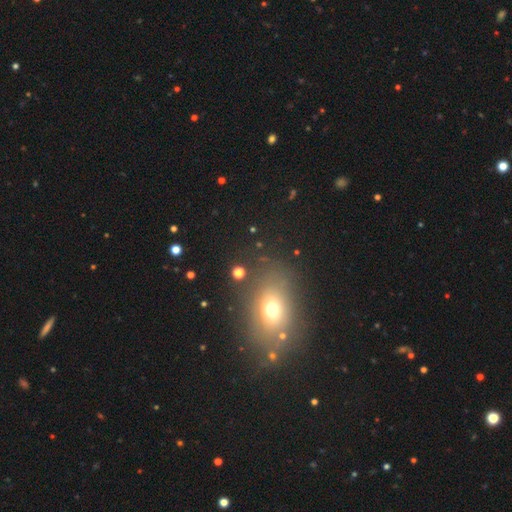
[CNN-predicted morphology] Smooth or featured?
  - smooth: 52% *
  - star or artifact: 32%
  - featured or disk: 16%
How rounded?
  - in between: 62% *
  - round: 36%
  - cigar-shaped: 3%
Merging?
  - none: 80% *
  - minor disturbance: 11%
  - major disturbance: 5%
  - merger: 4%